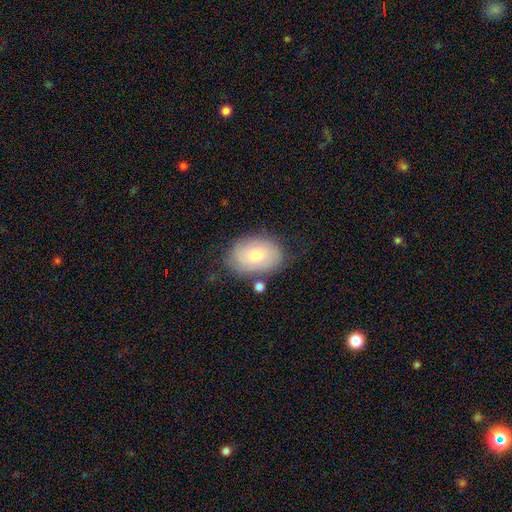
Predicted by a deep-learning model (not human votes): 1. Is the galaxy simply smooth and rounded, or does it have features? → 71% smooth, 22% featured or disk, 7% star or artifact.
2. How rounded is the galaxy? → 81% in between, 18% round, 1% cigar-shaped.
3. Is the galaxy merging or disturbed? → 75% none, 17% minor disturbance, 5% major disturbance, 4% merger.